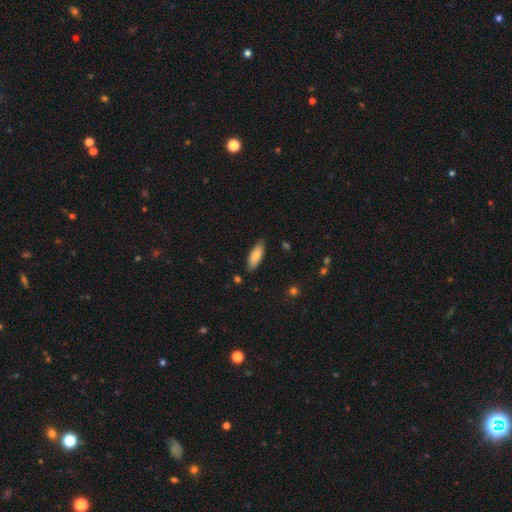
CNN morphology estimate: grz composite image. It shows a smooth galaxy with no disk features (83%) that is in between round and cigar-shaped (71%). Merging: none (82%).